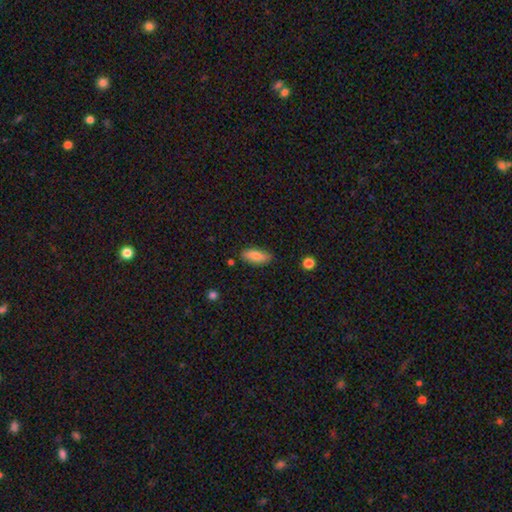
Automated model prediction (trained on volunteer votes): Q: Smooth or featured?
A: smooth (79%); runner-up: featured or disk (14%)
Q: How rounded?
A: in between (77%); runner-up: cigar-shaped (21%)
Q: Merging?
A: none (78%); runner-up: minor disturbance (17%)